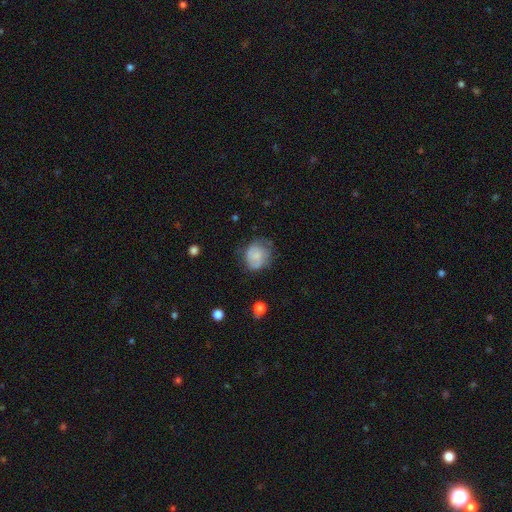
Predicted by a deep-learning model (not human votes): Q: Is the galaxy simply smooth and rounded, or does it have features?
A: smooth — 62%.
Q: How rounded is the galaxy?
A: round — 68%.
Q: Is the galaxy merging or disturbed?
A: none — 52%.